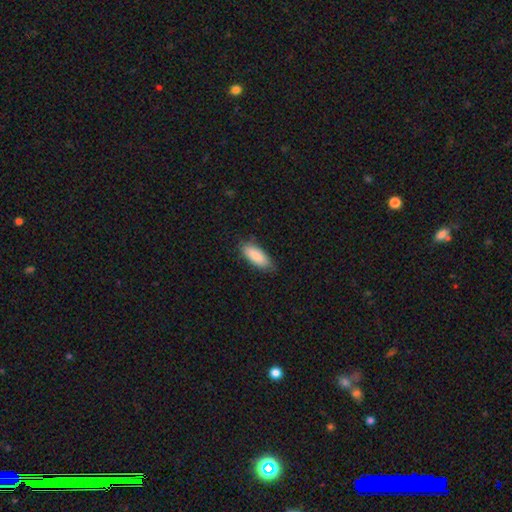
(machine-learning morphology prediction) type=smooth (87%); roundness=in between (78%); merging=none (80%).